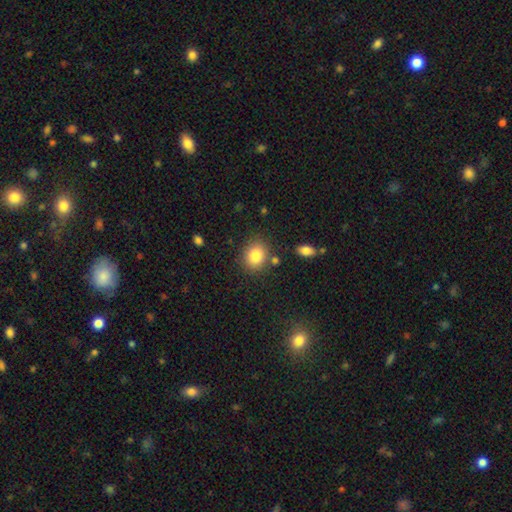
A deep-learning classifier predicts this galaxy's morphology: smooth_or_featured: smooth (p=0.83) [alt: star or artifact p=0.09]
how_rounded: round (p=0.60) [alt: in between p=0.39]
merging: none (p=0.79) [alt: minor disturbance p=0.11]